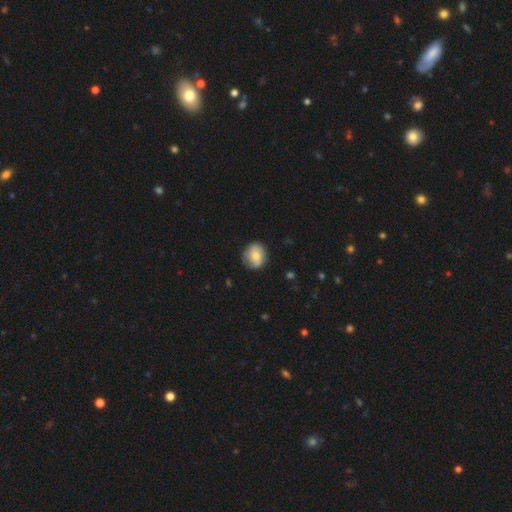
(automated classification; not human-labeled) smooth 62%, featured or disk 31%, star or artifact 7%. Down the decision tree: how rounded — round (78%); merging — none (80%).